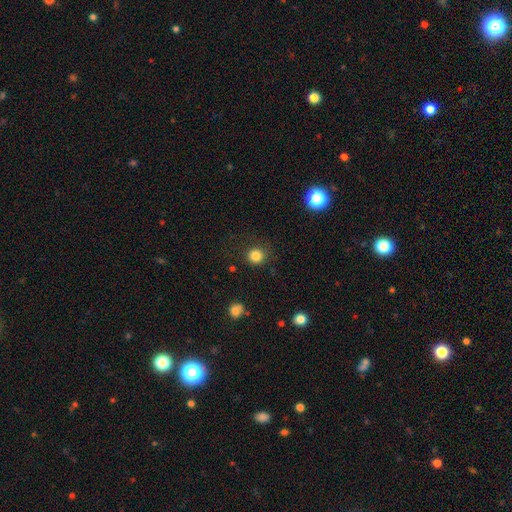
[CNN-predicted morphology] type=smooth (84%); roundness=round (92%); merging=none (85%).